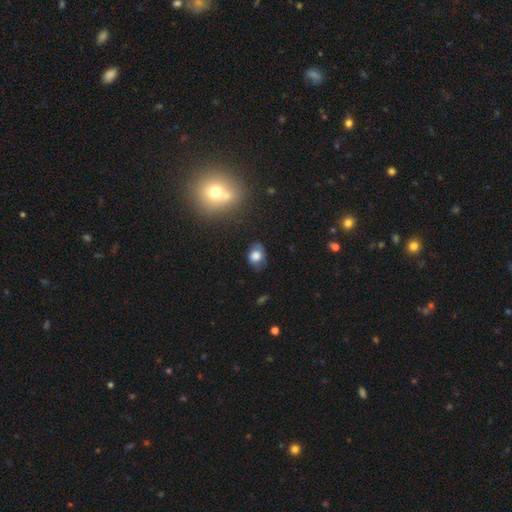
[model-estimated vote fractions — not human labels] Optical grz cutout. It shows a smooth galaxy with no disk features (76%) that is in between round and cigar-shaped (67%). Merging: none (69%).